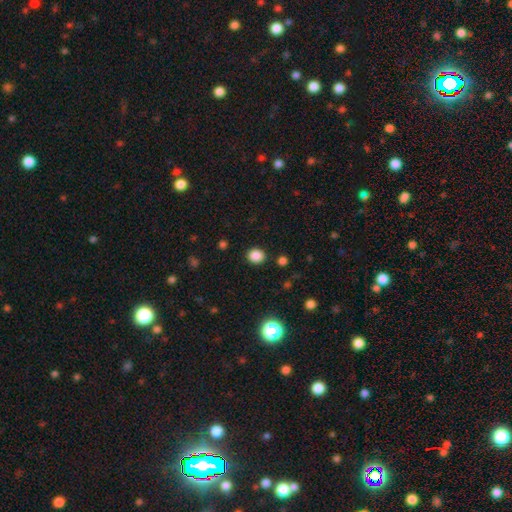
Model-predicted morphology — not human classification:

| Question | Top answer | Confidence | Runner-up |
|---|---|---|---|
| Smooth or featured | smooth | 85% | star or artifact (12%) |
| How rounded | round | 71% | in between (28%) |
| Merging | none | 89% | minor disturbance (7%) |